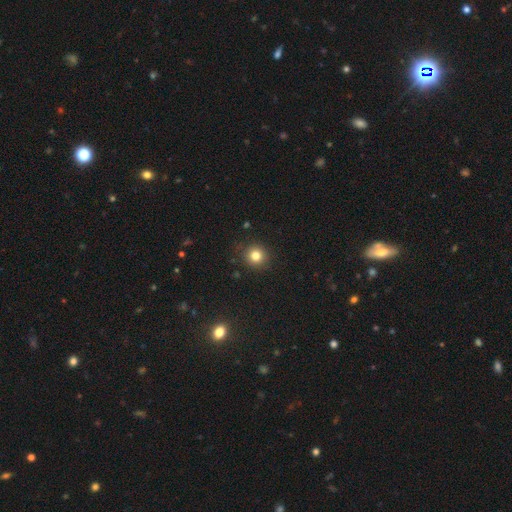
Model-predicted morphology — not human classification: Smooth or featured? Predicted: smooth (p=0.81). How rounded? Predicted: round (p=0.91). Merging? Predicted: none (p=0.89).